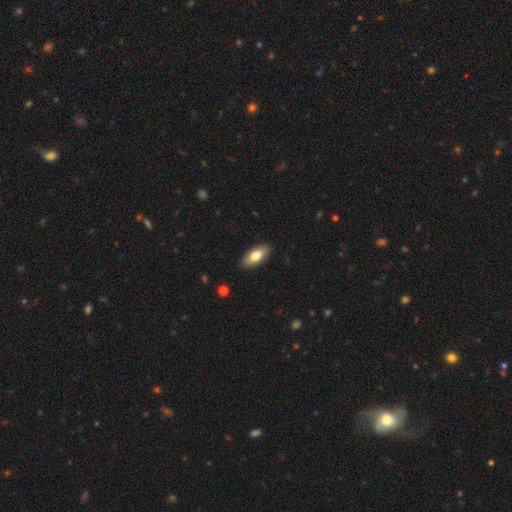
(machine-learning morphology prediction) The model was most divided on "smooth or featured": smooth: 77%, featured or disk: 17%, star or artifact: 6%. More confident: merging — none (89%); how rounded — in between (87%).